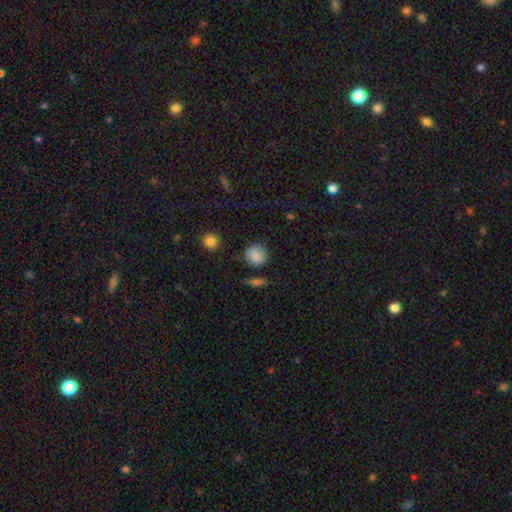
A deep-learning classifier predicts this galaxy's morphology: The model was most divided on "merging": none: 70%, minor disturbance: 20%, major disturbance: 6%, merger: 4%. More confident: smooth or featured — smooth (83%); how rounded — round (82%).